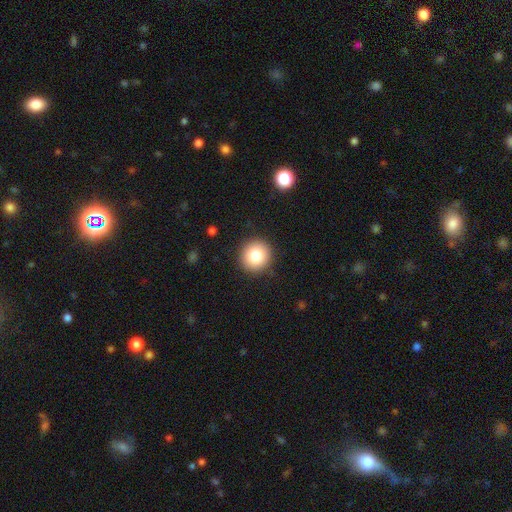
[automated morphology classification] Q: Smooth or featured?
A: smooth (82%); runner-up: star or artifact (10%)
Q: How rounded?
A: round (93%); runner-up: in between (6%)
Q: Merging?
A: none (91%); runner-up: minor disturbance (6%)